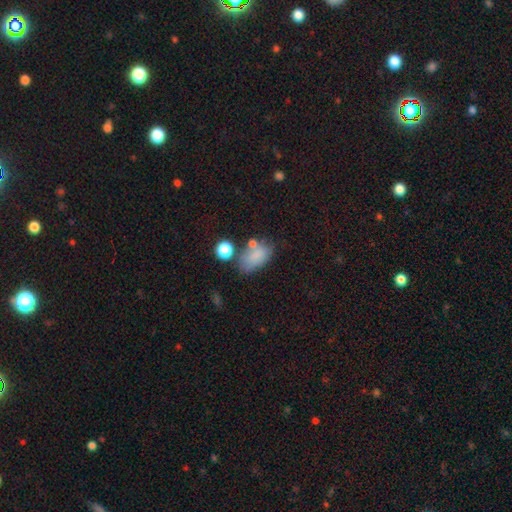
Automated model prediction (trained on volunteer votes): Smooth or featured? smooth (76%)
How rounded? in between (88%)
Merging? none (50%)